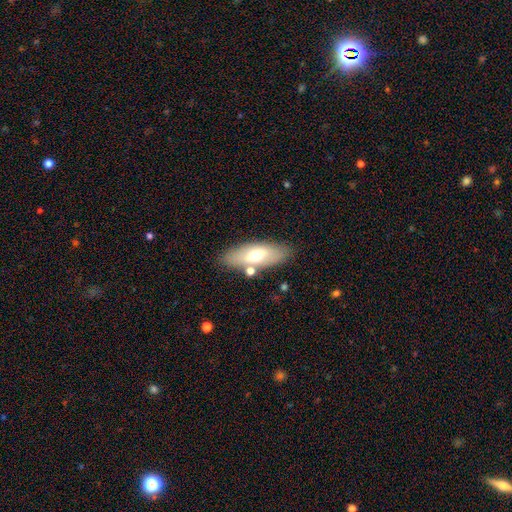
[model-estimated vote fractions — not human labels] A smooth galaxy with no disk features (61%) that is in between round and cigar-shaped (71%). Merging: none (77%).